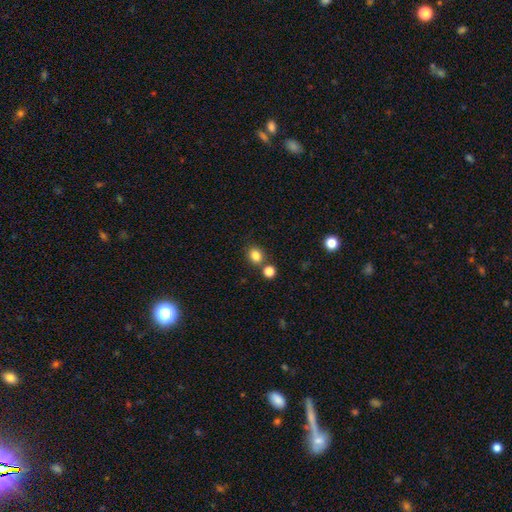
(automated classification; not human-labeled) Smooth or featured? smooth (83%)
How rounded? round (69%)
Merging? none (72%)